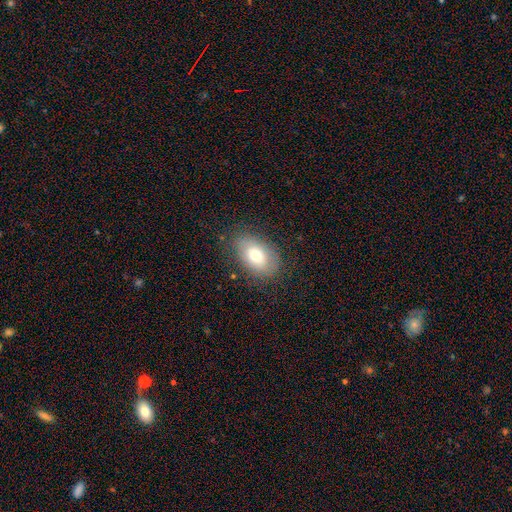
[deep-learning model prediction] Smooth or featured? Predicted: smooth (p=0.72). How rounded? Predicted: in between (p=0.86). Merging? Predicted: none (p=0.80).